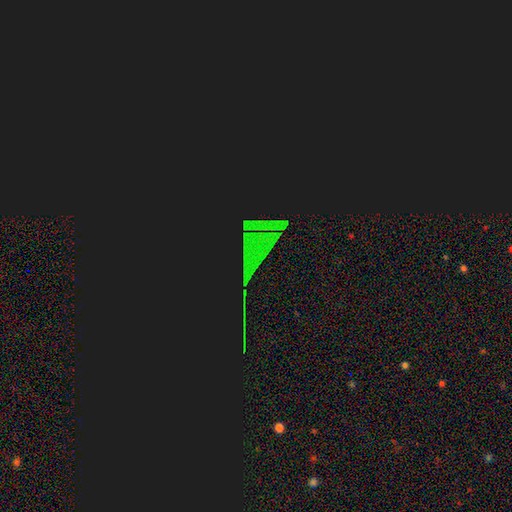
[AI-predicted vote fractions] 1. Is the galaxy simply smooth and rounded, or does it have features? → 75% star or artifact, 13% smooth, 12% featured or disk.